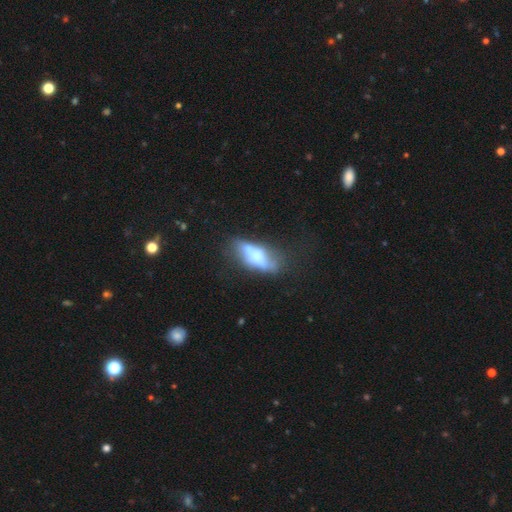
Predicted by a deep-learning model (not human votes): A smooth galaxy with no disk features (50%). Merging: none (43%).